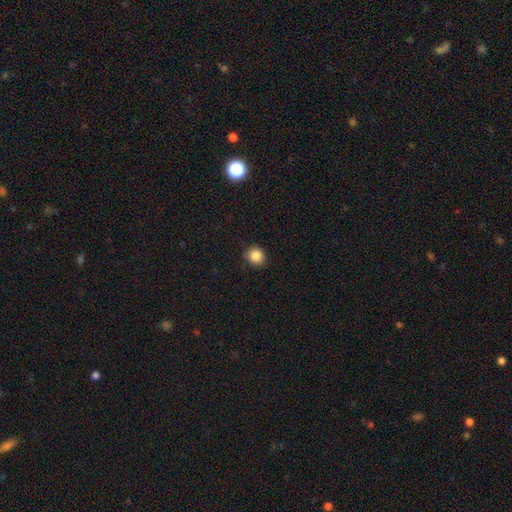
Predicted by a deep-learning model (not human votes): The model was most divided on "smooth or featured": smooth: 85%, star or artifact: 10%, featured or disk: 4%. More confident: merging — none (88%); how rounded — round (87%).